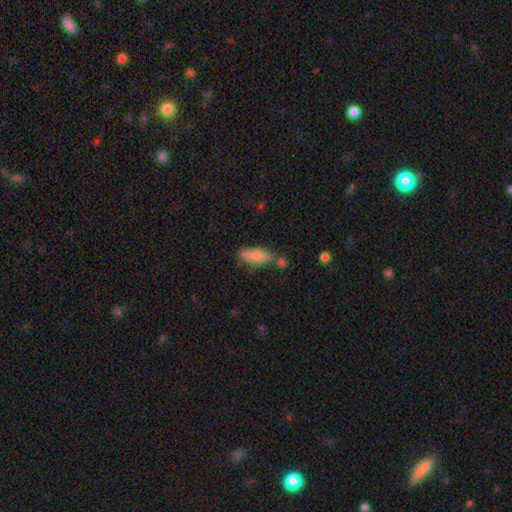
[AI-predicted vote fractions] Morphology: type=smooth (81%); roundness=in between (75%); merging=none (54%).